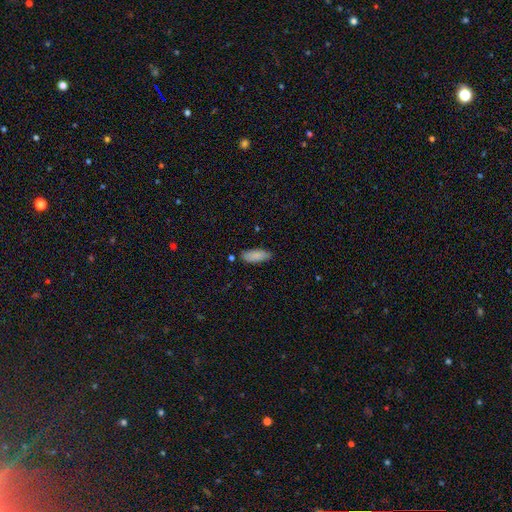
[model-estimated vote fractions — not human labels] Morphology: type=smooth (86%); roundness=in between (78%); merging=none (80%).